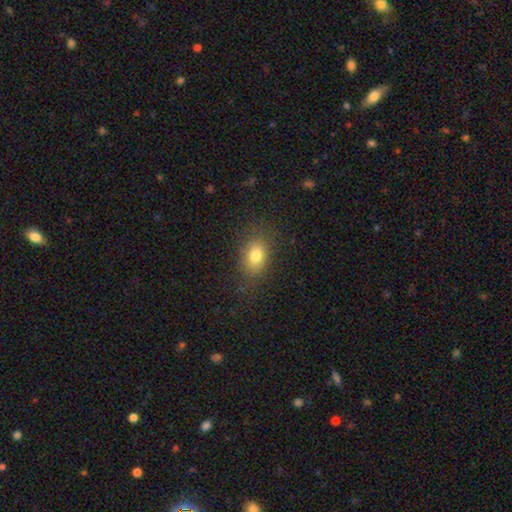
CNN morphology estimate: Smooth or featured? smooth (79%)
How rounded? in between (75%)
Merging? none (81%)